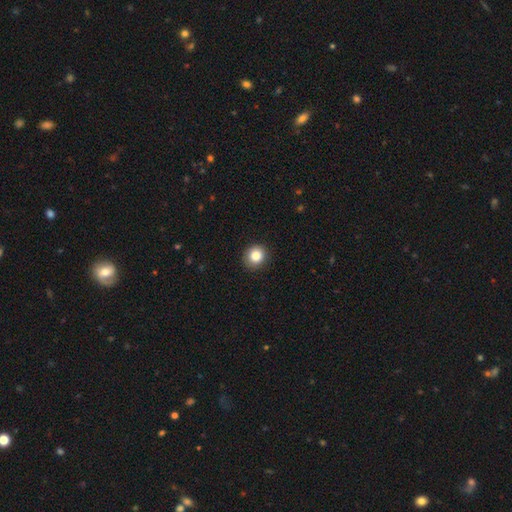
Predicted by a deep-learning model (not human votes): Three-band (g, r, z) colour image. It shows a smooth galaxy with no disk features (85%) that is round (86%). Merging: none (90%).